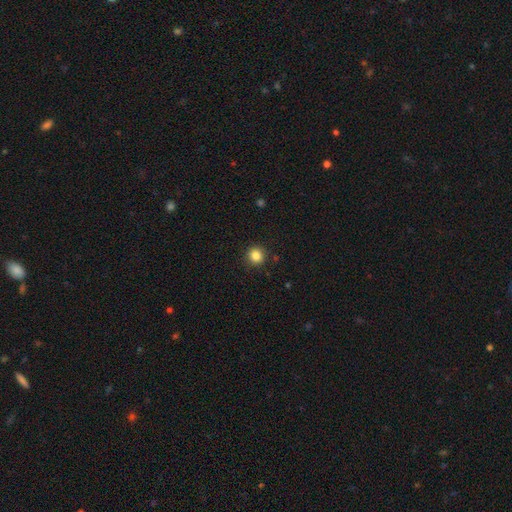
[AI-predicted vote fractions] This is clearly a smooth galaxy (84%). How rounded: clearly round (92%). Merging: clearly none (90%).